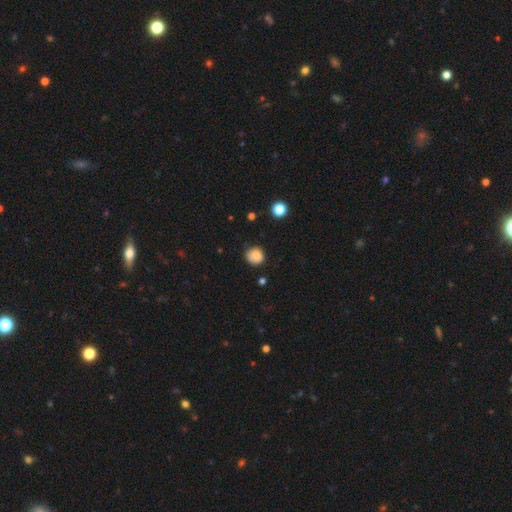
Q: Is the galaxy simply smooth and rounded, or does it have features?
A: smooth — 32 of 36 (89%).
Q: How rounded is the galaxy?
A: round — 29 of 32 (91%).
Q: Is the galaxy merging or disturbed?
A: none — 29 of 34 (85%).